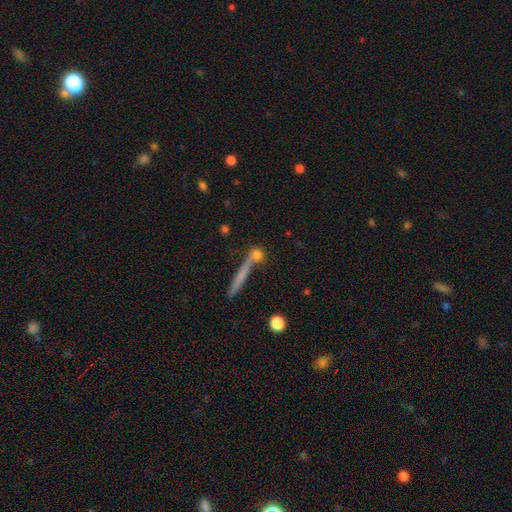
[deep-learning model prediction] Smooth or featured? Predicted: smooth (p=0.65). How rounded? Predicted: round (p=0.51). Merging? Predicted: none (p=0.60).